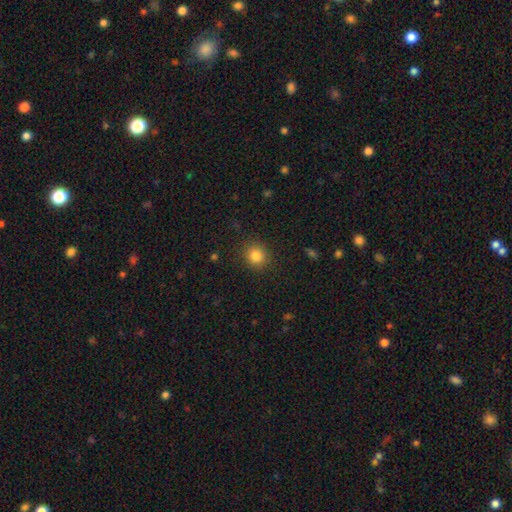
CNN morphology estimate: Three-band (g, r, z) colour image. It shows a smooth galaxy with no disk features (83%) that is round (86%). Merging: none (88%).